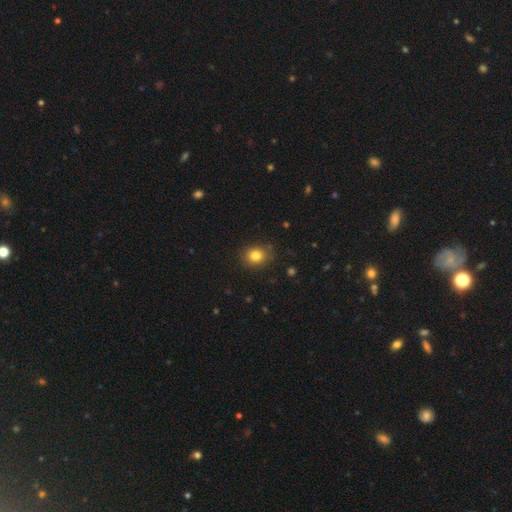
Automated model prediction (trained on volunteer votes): This appears to be a smooth galaxy with no disk features (82%) that is round (67%). Merging: none (85%).